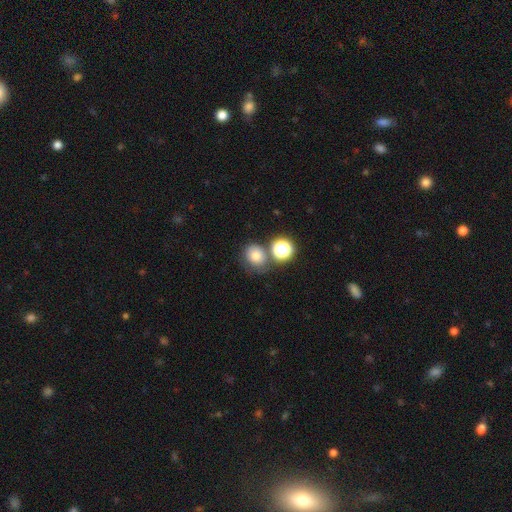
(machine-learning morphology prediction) smooth-or-featured: smooth: 72% | star or artifact: 16% | featured or disk: 11%
  how-rounded: round: 70% | in between: 29% | cigar-shaped: 1%
  merging: none: 62% | merger: 18% | minor disturbance: 14% | major disturbance: 6%